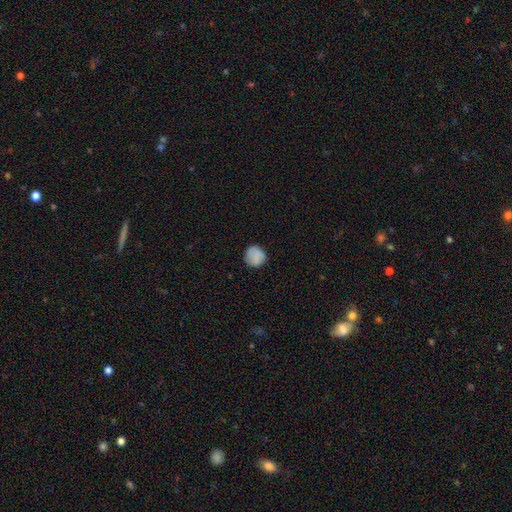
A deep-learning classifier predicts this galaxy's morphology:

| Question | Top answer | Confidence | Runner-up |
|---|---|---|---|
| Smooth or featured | smooth | 84% | star or artifact (8%) |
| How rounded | round | 90% | in between (9%) |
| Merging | none | 85% | minor disturbance (11%) |